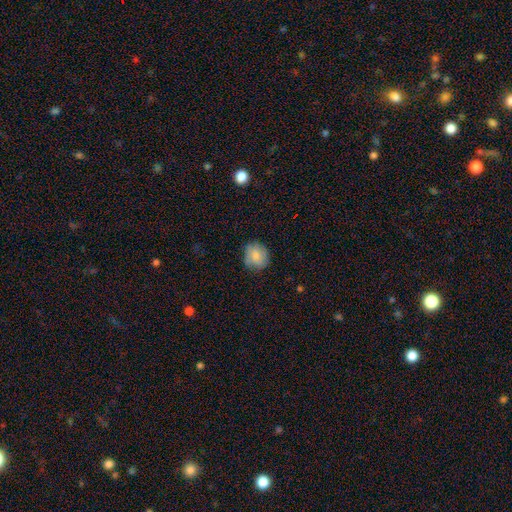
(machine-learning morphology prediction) This appears to be a smooth galaxy with no disk features (75%) that is round (75%). Merging: none (75%).